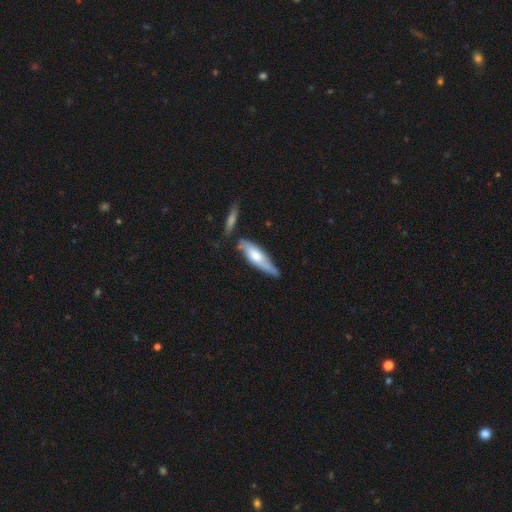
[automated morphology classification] Smooth or featured: smooth — 53% (featured or disk — 42%)
How rounded: cigar-shaped — 62% (in between — 36%)
Merging: none — 59% (minor disturbance — 25%)